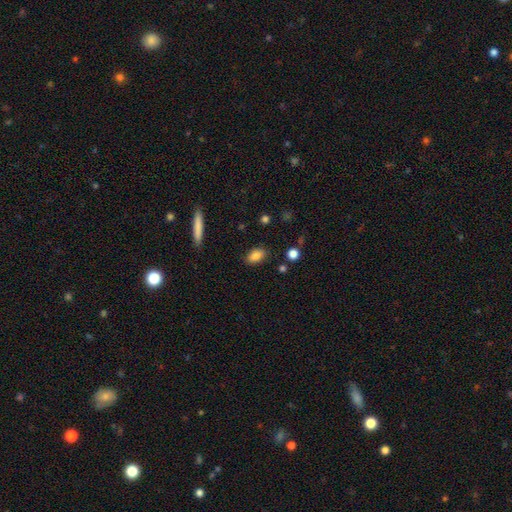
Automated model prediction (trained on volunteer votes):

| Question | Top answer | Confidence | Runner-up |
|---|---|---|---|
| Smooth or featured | smooth | 85% | star or artifact (8%) |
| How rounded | in between | 88% | round (7%) |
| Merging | none | 86% | minor disturbance (10%) |